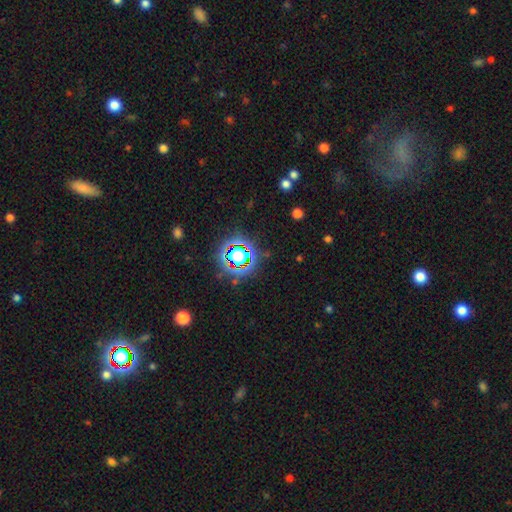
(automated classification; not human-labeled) The model was most divided on "smooth or featured": star or artifact: 75%, smooth: 14%, featured or disk: 11%.